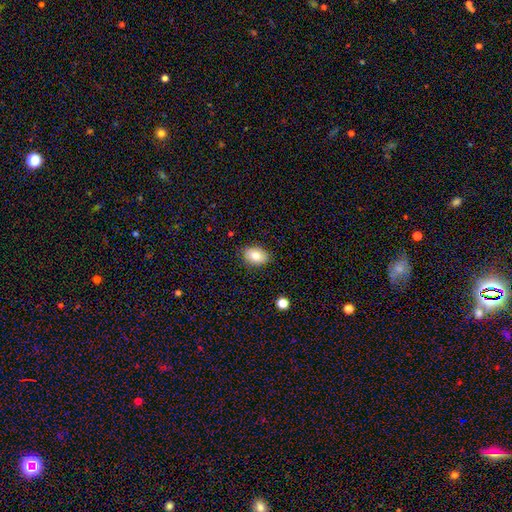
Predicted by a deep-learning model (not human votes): A smooth galaxy with no disk features (79%) that is in between round and cigar-shaped (77%).

Vote fractions:
- Smooth or featured? smooth: 79% / featured or disk: 13% / star or artifact: 8%
- How rounded? in between: 77% / round: 22% / cigar-shaped: 1%
- Merging? none: 83% / minor disturbance: 13% / major disturbance: 2% / merger: 1%